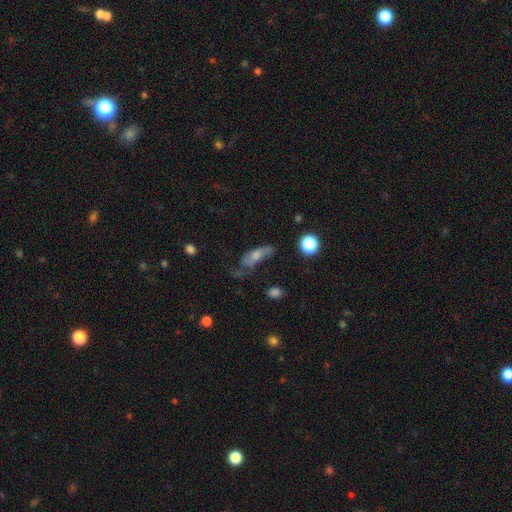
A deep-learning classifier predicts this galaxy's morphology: A smooth galaxy with no disk features (60%) that is in between round and cigar-shaped (64%). Merging: none (35%).